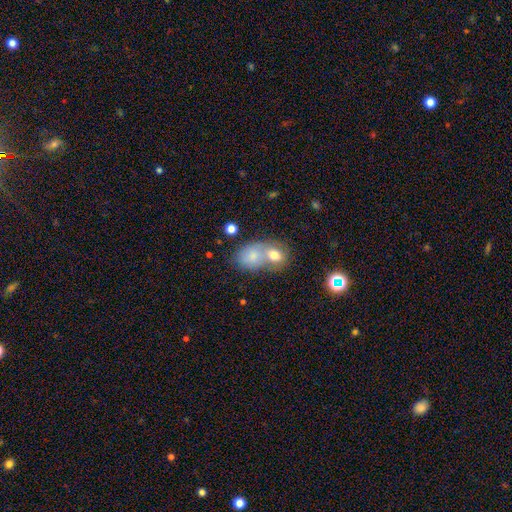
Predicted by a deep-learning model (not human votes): Morphology: type=smooth (64%); roundness=in between (52%); merging=merger (56%).